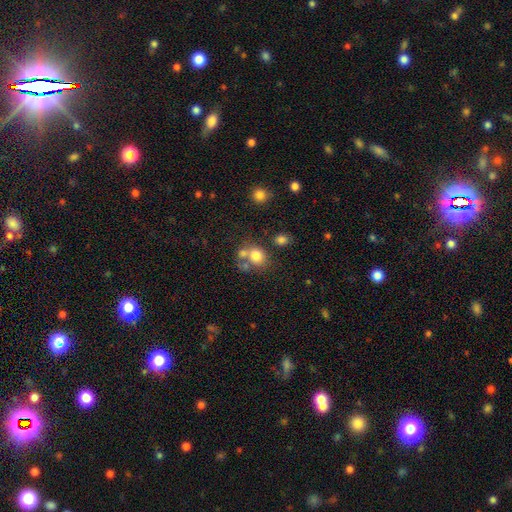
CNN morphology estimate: Smooth or featured?
  - smooth: 76% *
  - star or artifact: 13%
  - featured or disk: 11%
How rounded?
  - round: 67% *
  - in between: 32%
  - cigar-shaped: 1%
Merging?
  - none: 49% *
  - merger: 32%
  - minor disturbance: 12%
  - major disturbance: 6%